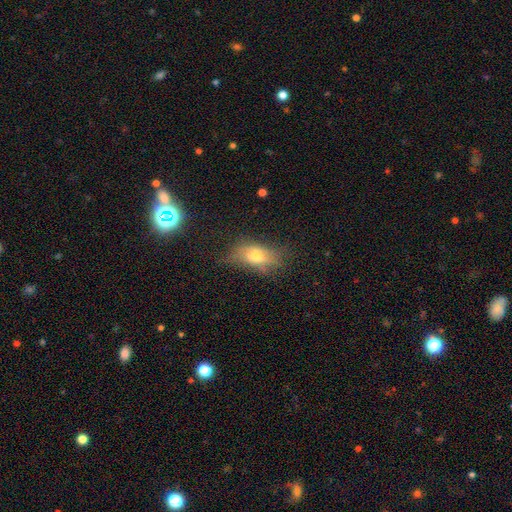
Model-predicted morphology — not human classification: smooth-or-featured: smooth: 68% | featured or disk: 21% | star or artifact: 11%
  how-rounded: in between: 83% | round: 9% | cigar-shaped: 7%
  merging: none: 56% | minor disturbance: 28% | major disturbance: 14% | merger: 2%